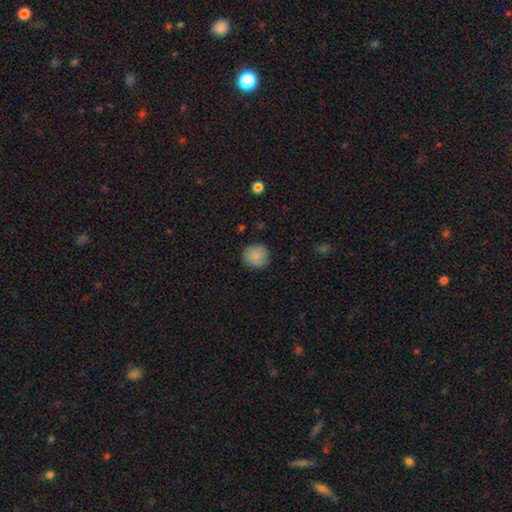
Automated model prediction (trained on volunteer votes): Smooth or featured? Predicted: smooth (p=0.85). How rounded? Predicted: round (p=0.90). Merging? Predicted: none (p=0.84).